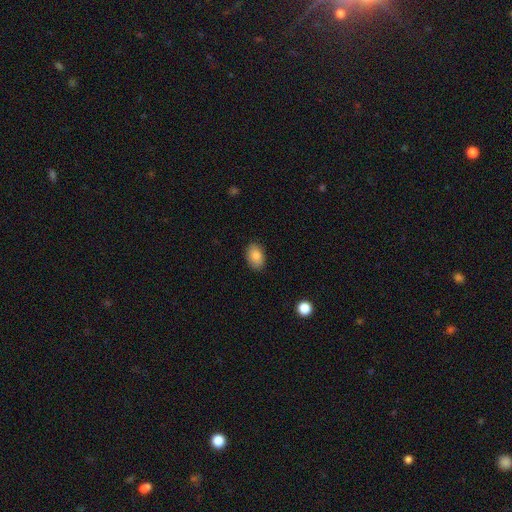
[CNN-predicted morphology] Smooth or featured?
  - smooth: 86% *
  - star or artifact: 8%
  - featured or disk: 6%
How rounded?
  - in between: 86% *
  - round: 13%
  - cigar-shaped: 1%
Merging?
  - none: 86% *
  - minor disturbance: 10%
  - major disturbance: 2%
  - merger: 1%